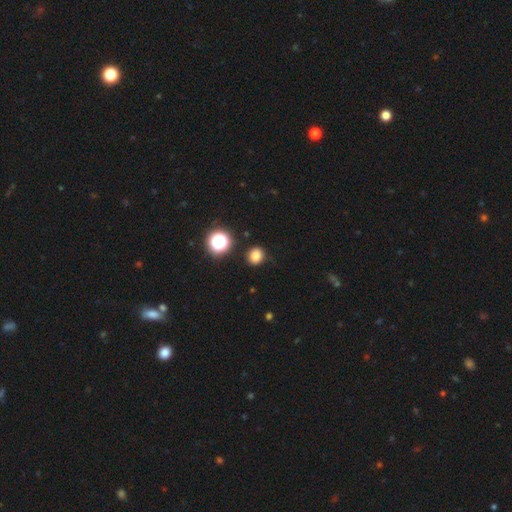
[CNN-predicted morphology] Overall: smooth (80%). How rounded: round (78%). Merging: none (88%).